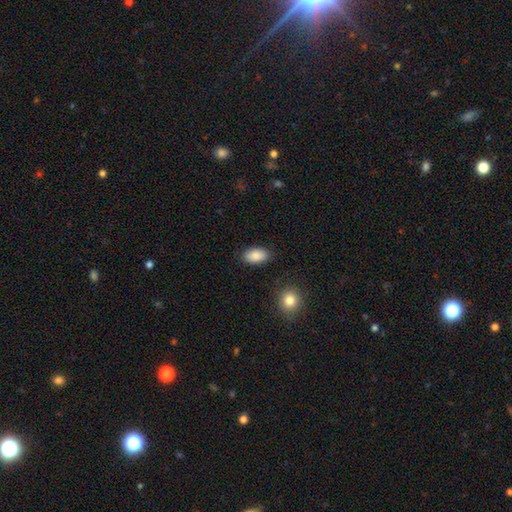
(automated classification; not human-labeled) Q: Smooth or featured?
A: smooth (88%); runner-up: star or artifact (7%)
Q: How rounded?
A: in between (93%); runner-up: round (5%)
Q: Merging?
A: none (87%); runner-up: minor disturbance (9%)